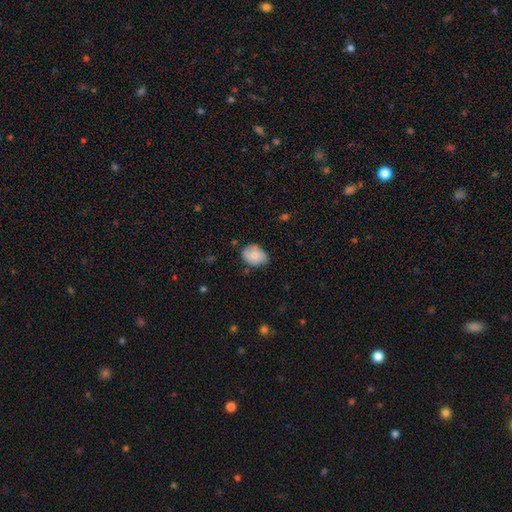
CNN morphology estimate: Overall: smooth (75%). How rounded: in between (63%; round 36%). Merging: none (60%; minor disturbance 32%).